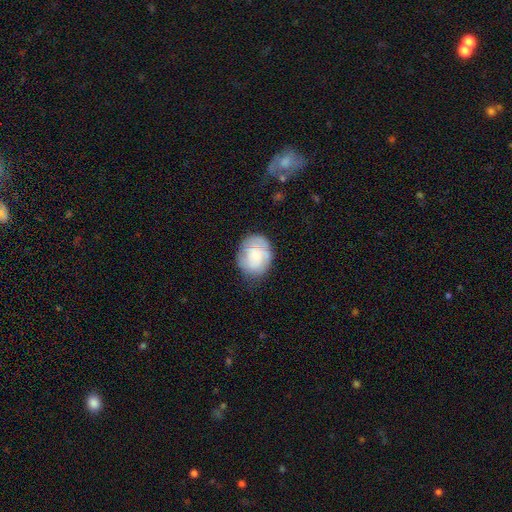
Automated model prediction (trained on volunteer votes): Smooth or featured: smooth — 65% (featured or disk — 28%)
How rounded: round — 54% (in between — 45%)
Merging: none — 67% (minor disturbance — 23%)